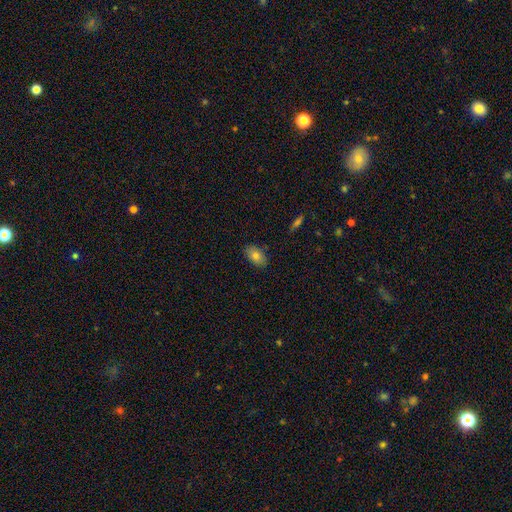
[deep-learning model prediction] smooth-or-featured: smooth: 78% | featured or disk: 14% | star or artifact: 8%
  how-rounded: in between: 91% | round: 7% | cigar-shaped: 2%
  merging: none: 84% | minor disturbance: 13% | major disturbance: 2% | merger: 1%